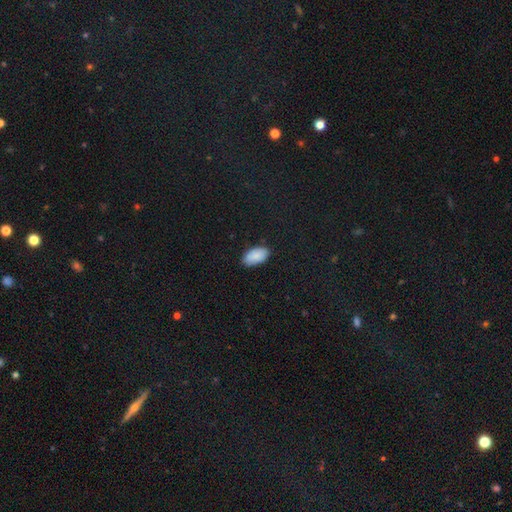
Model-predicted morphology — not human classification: A smooth galaxy with no disk features (88%) that is in between round and cigar-shaped (95%).

Vote fractions:
- Smooth or featured? smooth: 88% / star or artifact: 7% / featured or disk: 5%
- How rounded? in between: 95% / round: 3% / cigar-shaped: 2%
- Merging? none: 85% / minor disturbance: 12% / major disturbance: 2% / merger: 1%